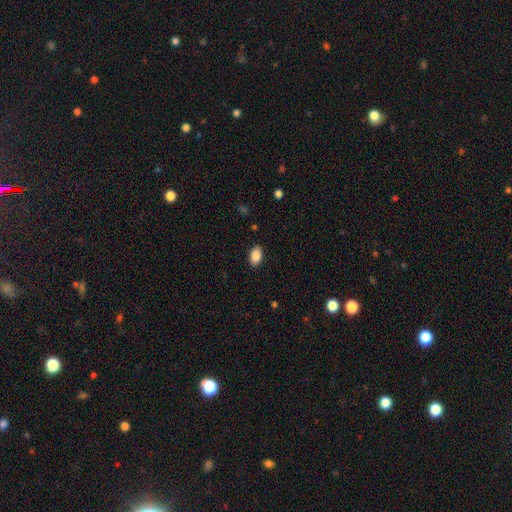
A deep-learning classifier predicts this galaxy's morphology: Q: Smooth or featured?
A: smooth (89%); runner-up: star or artifact (7%)
Q: How rounded?
A: in between (91%); runner-up: round (7%)
Q: Merging?
A: none (89%); runner-up: minor disturbance (8%)